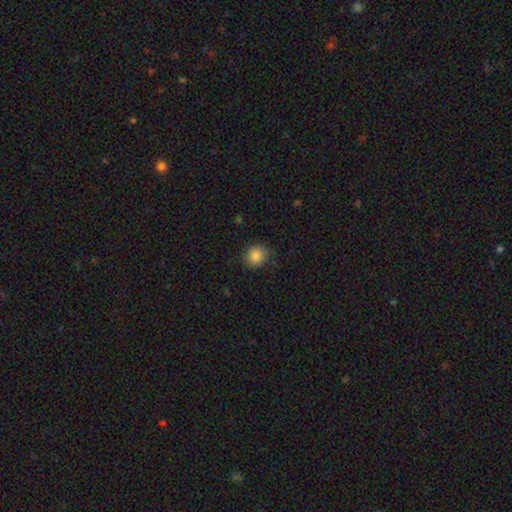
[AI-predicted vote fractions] smooth_or_featured: smooth (p=0.85) [alt: star or artifact p=0.10]
how_rounded: round (p=0.83) [alt: in between p=0.16]
merging: none (p=0.85) [alt: minor disturbance p=0.12]